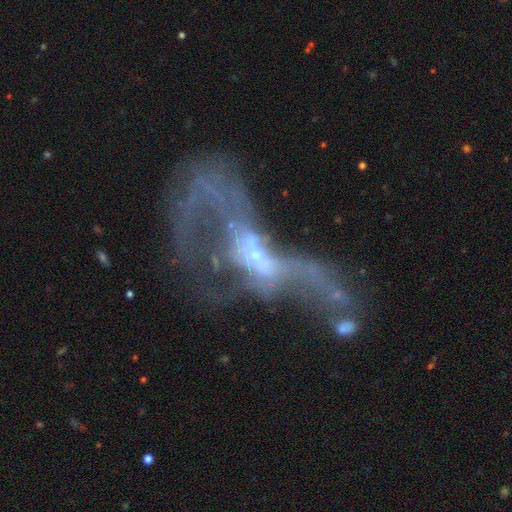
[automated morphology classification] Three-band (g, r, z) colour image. It shows a featured or disk galaxy (70%) with no bar (70%), no spiral arms (57%) and a small central bulge (47%). Merging: merger (42%).